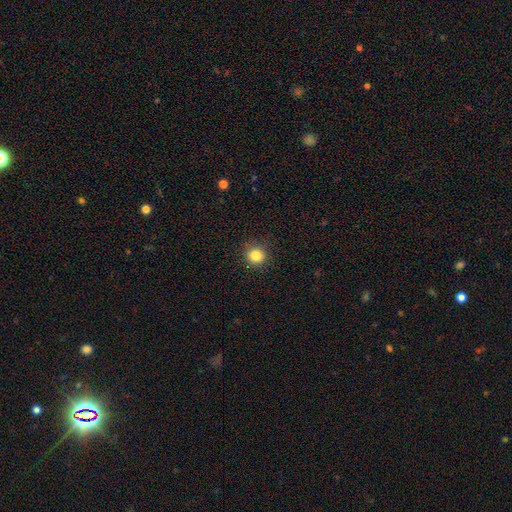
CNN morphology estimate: The model was most divided on "smooth or featured": smooth: 84%, star or artifact: 11%, featured or disk: 5%. More confident: how rounded — round (92%); merging — none (89%).